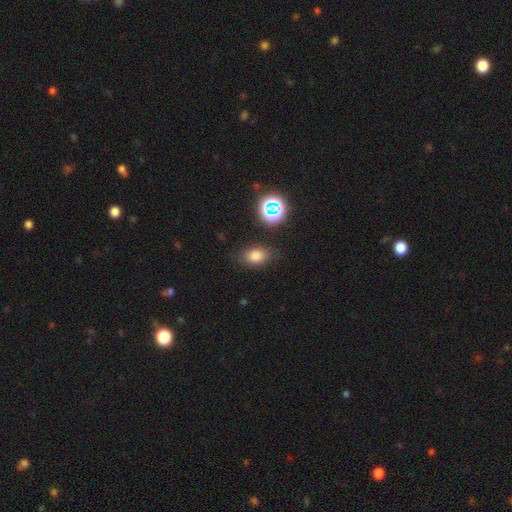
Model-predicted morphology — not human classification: type=smooth (75%); roundness=in between (75%); merging=none (79%).